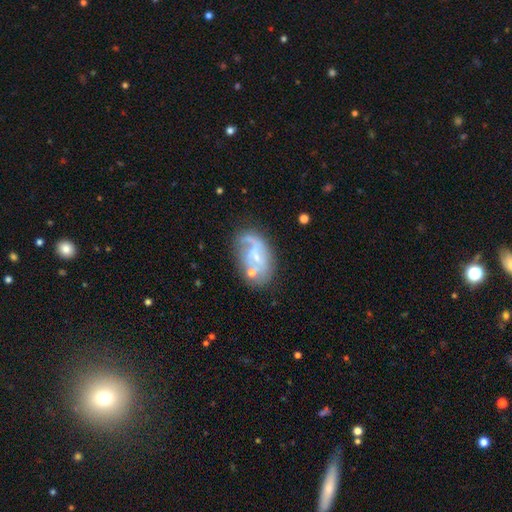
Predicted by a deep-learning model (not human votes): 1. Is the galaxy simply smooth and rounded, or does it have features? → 65% featured or disk, 26% smooth, 9% star or artifact.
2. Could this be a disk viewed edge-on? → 96% no, 4% yes.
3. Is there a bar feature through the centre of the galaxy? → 51% no, 38% weak, 11% strong.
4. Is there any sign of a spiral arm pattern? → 67% yes, 33% no.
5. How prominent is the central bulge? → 61% small, 19% none, 17% moderate, 2% large, 1% dominant.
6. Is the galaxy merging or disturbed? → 44% none, 24% minor disturbance, 21% major disturbance, 11% merger.